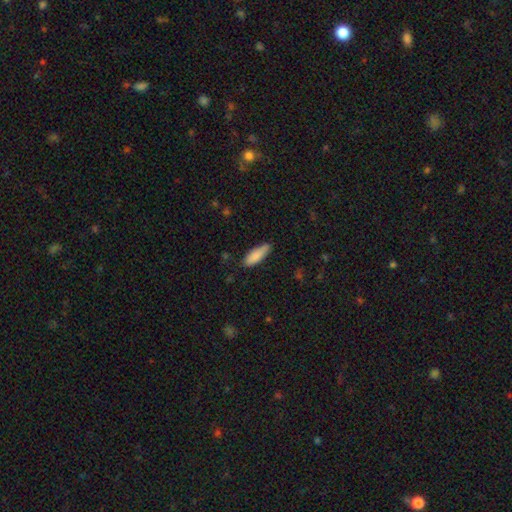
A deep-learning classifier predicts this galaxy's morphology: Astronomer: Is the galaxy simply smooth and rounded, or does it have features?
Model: smooth — 86%.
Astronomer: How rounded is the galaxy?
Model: in between — 53% (runner-up: cigar-shaped, 45%).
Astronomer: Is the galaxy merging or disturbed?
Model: none — 77%.